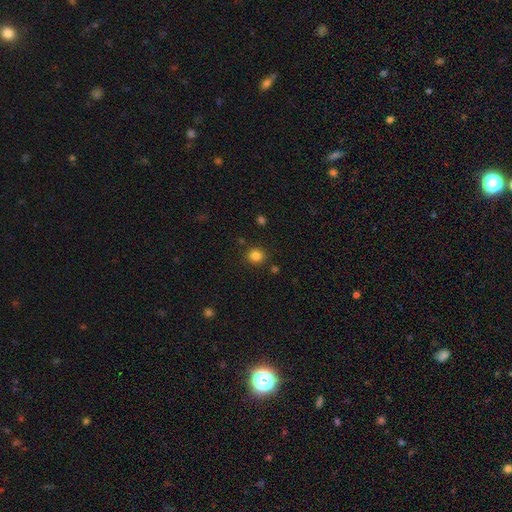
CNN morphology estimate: Q: Smooth or featured?
A: smooth (84%); runner-up: star or artifact (12%)
Q: How rounded?
A: round (85%); runner-up: in between (14%)
Q: Merging?
A: none (86%); runner-up: minor disturbance (8%)